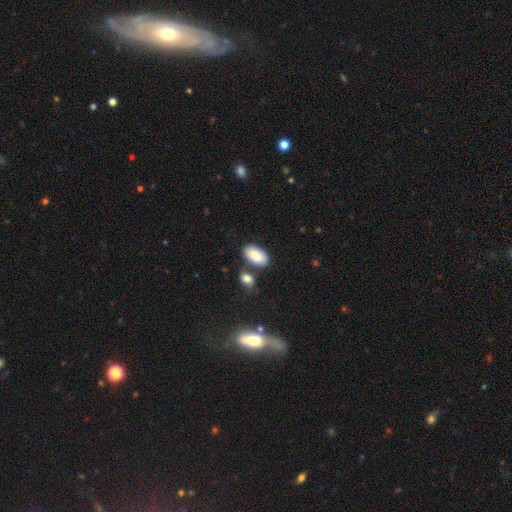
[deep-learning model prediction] Morphology: type=smooth (84%); roundness=in between (94%); merging=none (69%).